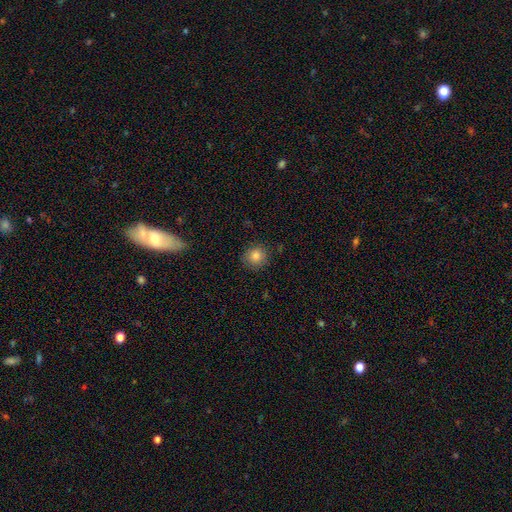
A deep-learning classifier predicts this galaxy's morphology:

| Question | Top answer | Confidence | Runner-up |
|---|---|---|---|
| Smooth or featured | smooth | 84% | star or artifact (11%) |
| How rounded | round | 89% | in between (10%) |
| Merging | none | 86% | minor disturbance (10%) |